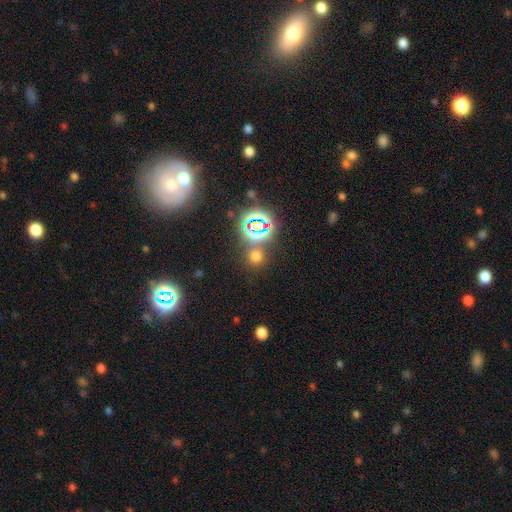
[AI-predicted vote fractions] Morphology: type=smooth (55%); roundness=round (88%); merging=none (77%).